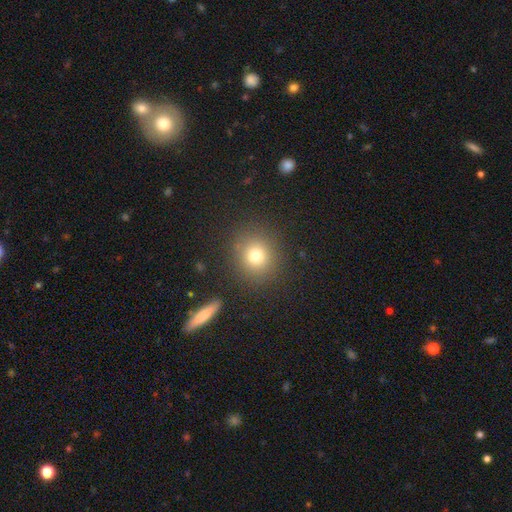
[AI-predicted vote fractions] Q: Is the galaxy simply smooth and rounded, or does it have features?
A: smooth — 75%.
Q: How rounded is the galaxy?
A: round — 87%.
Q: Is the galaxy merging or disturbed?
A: none — 87%.